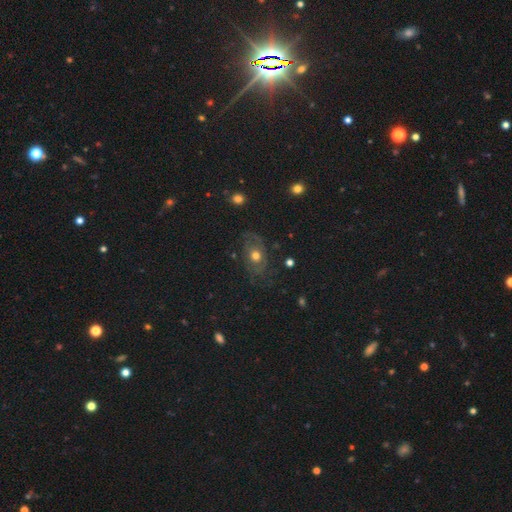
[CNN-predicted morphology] The model was most divided on "smooth or featured": featured or disk: 56%, smooth: 31%, star or artifact: 12%. More confident: edge-on disk — no (93%); bar — no (85%); bulge size — moderate (72%); spiral arms — yes (69%); merging — none (66%).